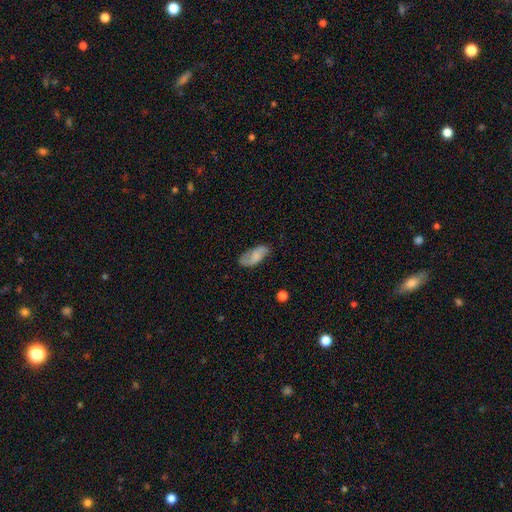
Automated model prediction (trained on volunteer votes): Smooth or featured?
  - smooth: 74% *
  - featured or disk: 19%
  - star or artifact: 7%
How rounded?
  - in between: 87% *
  - cigar-shaped: 10%
  - round: 2%
Merging?
  - none: 65% *
  - minor disturbance: 25%
  - major disturbance: 8%
  - merger: 2%